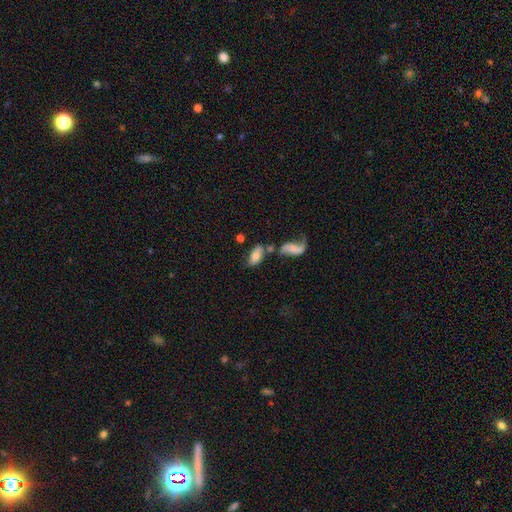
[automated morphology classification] Overall: smooth (68%). How rounded: in between (89%). Merging: none (52%; merger 23%).